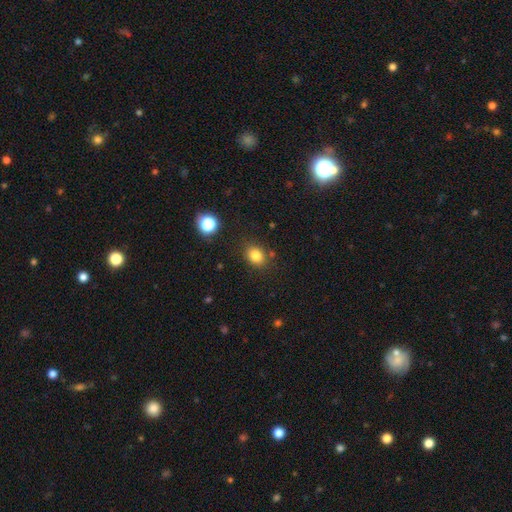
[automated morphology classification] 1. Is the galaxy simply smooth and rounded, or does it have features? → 81% smooth, 12% star or artifact, 6% featured or disk.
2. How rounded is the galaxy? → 52% in between, 47% round, 1% cigar-shaped.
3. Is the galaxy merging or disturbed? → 81% none, 12% minor disturbance, 4% merger, 3% major disturbance.